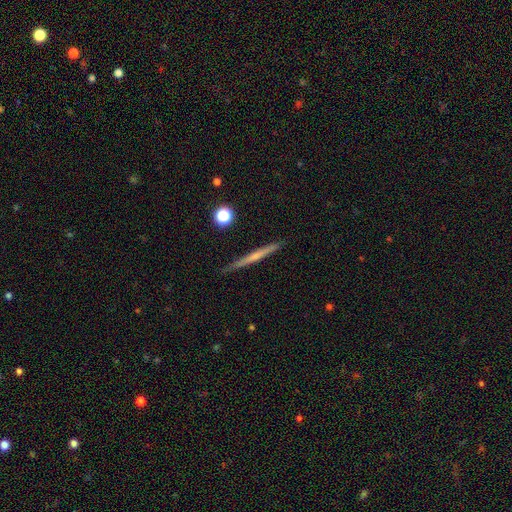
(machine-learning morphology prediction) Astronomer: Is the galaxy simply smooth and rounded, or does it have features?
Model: featured or disk — 53% (runner-up: smooth, 39%).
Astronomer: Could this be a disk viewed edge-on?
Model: yes — 97%.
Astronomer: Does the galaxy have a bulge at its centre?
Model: none — 71%.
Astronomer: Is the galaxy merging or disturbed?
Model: none — 89%.